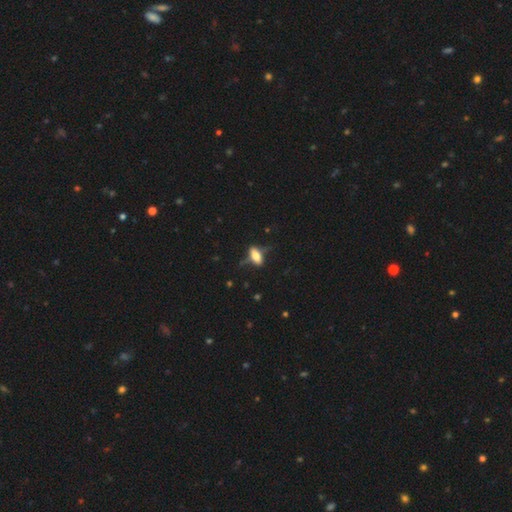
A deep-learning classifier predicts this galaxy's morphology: Smooth or featured: smooth — 57% (featured or disk — 34%)
How rounded: in between — 75% (cigar-shaped — 20%)
Merging: none — 65% (minor disturbance — 23%)